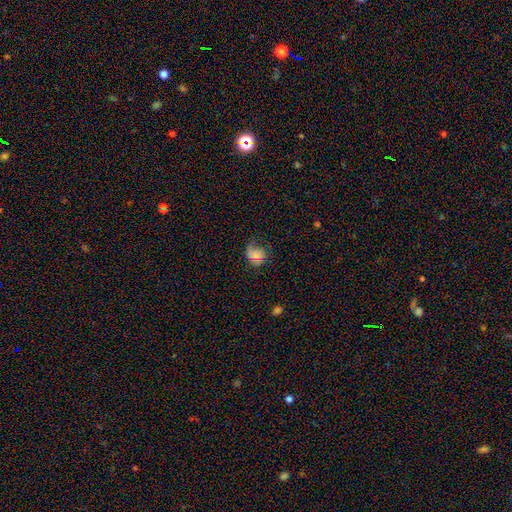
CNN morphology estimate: Smooth or featured? smooth (62%)
How rounded? round (58%)
Merging? none (40%)